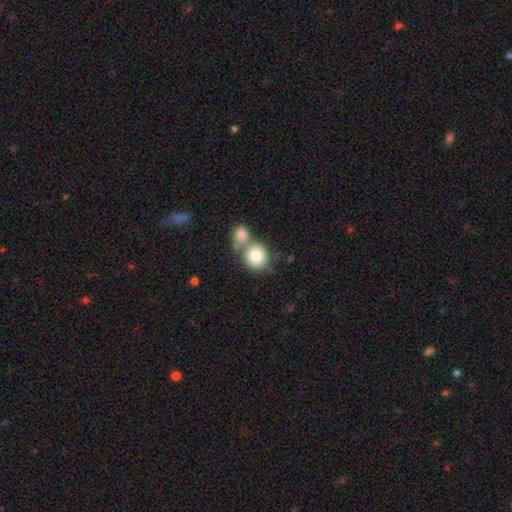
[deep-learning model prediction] Smooth or featured? smooth (80%)
How rounded? round (83%)
Merging? none (46%)